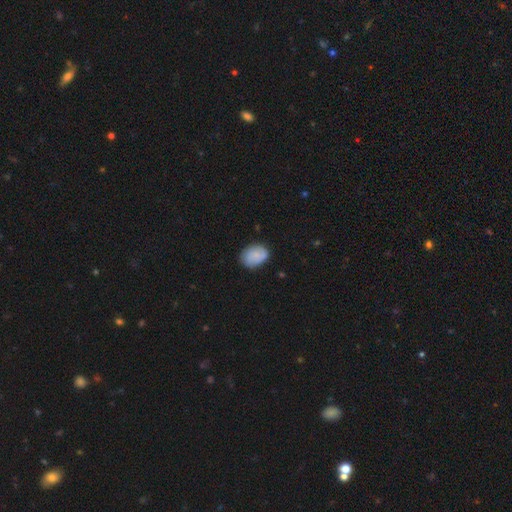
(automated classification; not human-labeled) Q: Smooth or featured?
A: smooth (73%); runner-up: featured or disk (20%)
Q: How rounded?
A: in between (70%); runner-up: round (29%)
Q: Merging?
A: none (69%); runner-up: minor disturbance (22%)